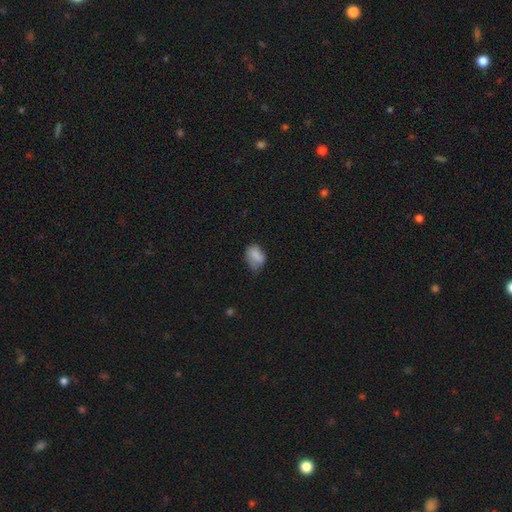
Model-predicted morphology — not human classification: smooth_or_featured: smooth (p=0.80) [alt: featured or disk p=0.10]
how_rounded: in between (p=0.79) [alt: round p=0.19]
merging: minor disturbance (p=0.42) [tied with: none p=0.42]